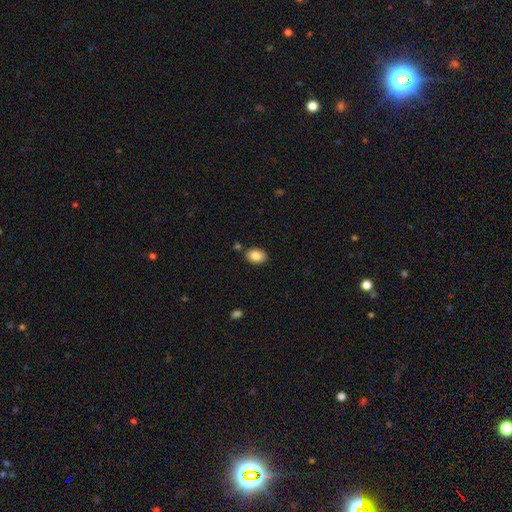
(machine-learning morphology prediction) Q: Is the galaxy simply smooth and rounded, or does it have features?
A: smooth — 87%.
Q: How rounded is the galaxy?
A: in between — 79%.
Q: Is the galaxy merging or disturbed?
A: none — 83%.